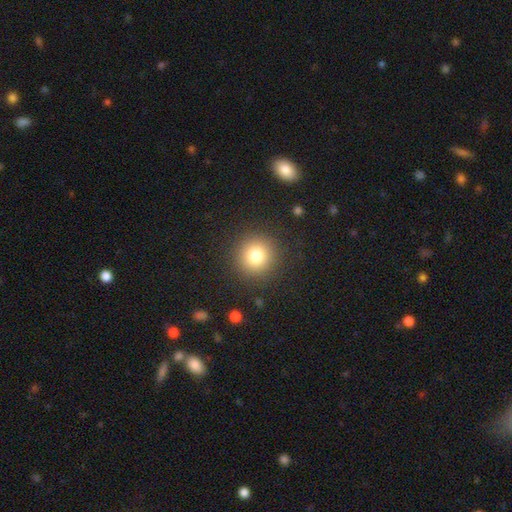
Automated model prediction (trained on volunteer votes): Morphology: type=smooth (78%); roundness=round (94%); merging=none (90%).